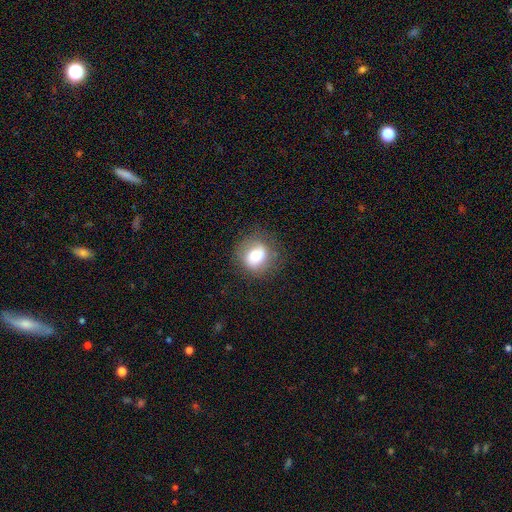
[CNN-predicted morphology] The model was most divided on "smooth or featured": smooth: 61%, featured or disk: 29%, star or artifact: 10%. More confident: how rounded — round (79%); merging — none (76%).